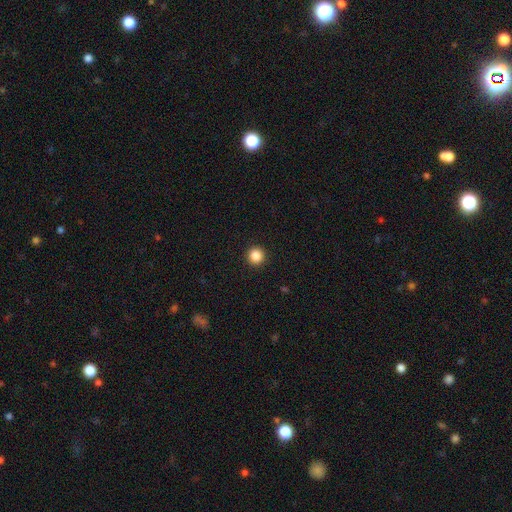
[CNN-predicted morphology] This is clearly a smooth galaxy (86%). How rounded: clearly round (96%). Merging: clearly none (94%).